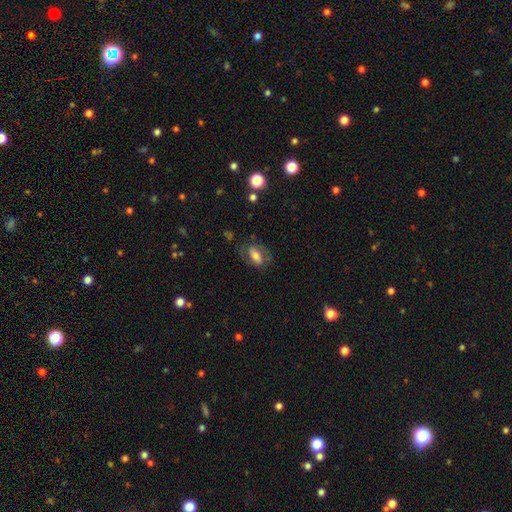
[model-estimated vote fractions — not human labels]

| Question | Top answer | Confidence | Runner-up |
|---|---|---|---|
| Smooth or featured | smooth | 48% | featured or disk (44%) |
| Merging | none | 65% | minor disturbance (18%) |